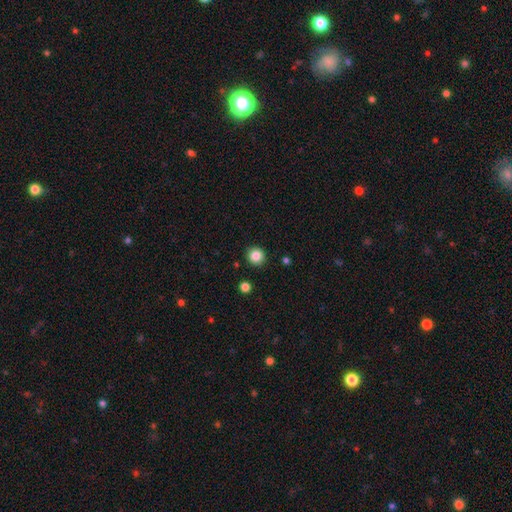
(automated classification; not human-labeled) Smooth or featured? Predicted: smooth (p=0.85). How rounded? Predicted: round (p=0.92). Merging? Predicted: none (p=0.91).